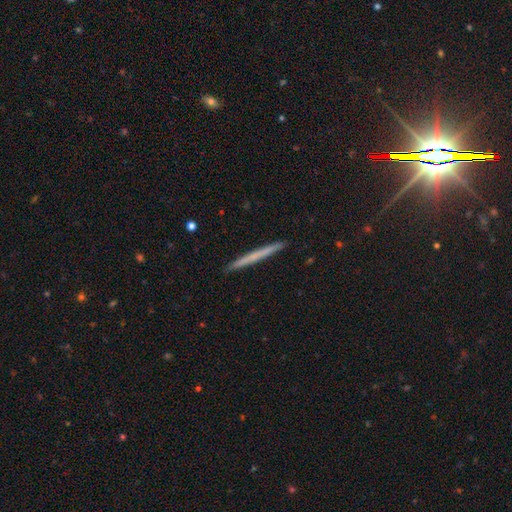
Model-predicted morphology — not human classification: smooth-or-featured: smooth: 55% | featured or disk: 39% | star or artifact: 6%
  how-rounded: cigar-shaped: 97% | in between: 1% | round: 1%
  merging: none: 93% | minor disturbance: 5% | major disturbance: 1% | merger: 1%